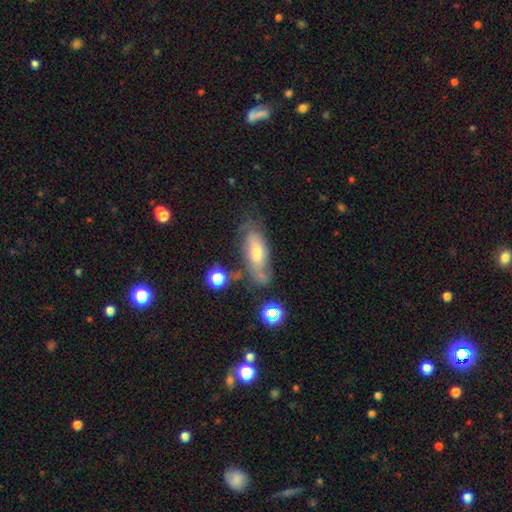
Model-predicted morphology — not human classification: Smooth or featured? smooth (54%)
How rounded? in between (80%)
Merging? none (43%)